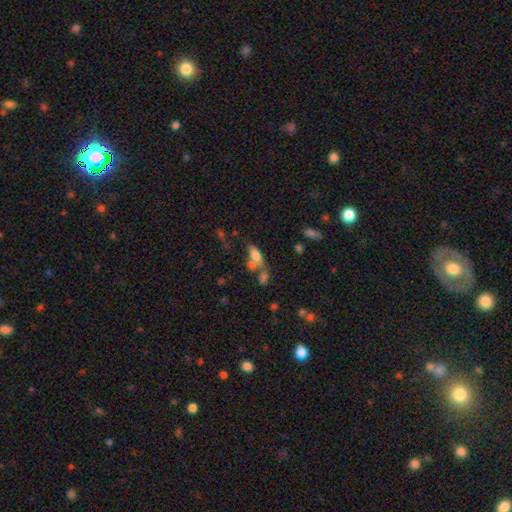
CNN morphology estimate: Smooth or featured: smooth — 66% (featured or disk — 23%)
How rounded: in between — 73% (cigar-shaped — 22%)
Merging: merger — 43% (none — 35%)